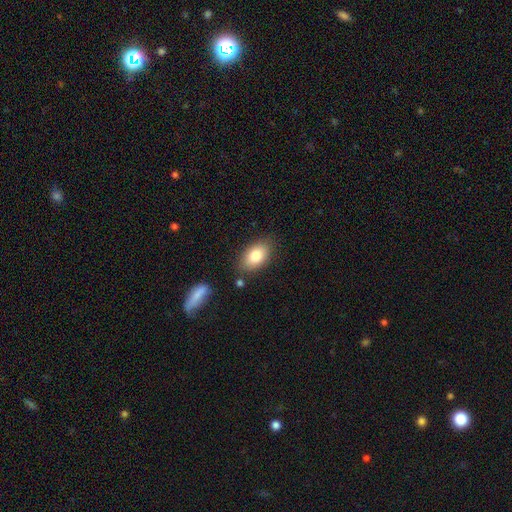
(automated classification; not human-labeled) smooth-or-featured: smooth: 81% | featured or disk: 11% | star or artifact: 7%
  how-rounded: in between: 91% | round: 7% | cigar-shaped: 2%
  merging: none: 80% | minor disturbance: 13% | merger: 4% | major disturbance: 3%